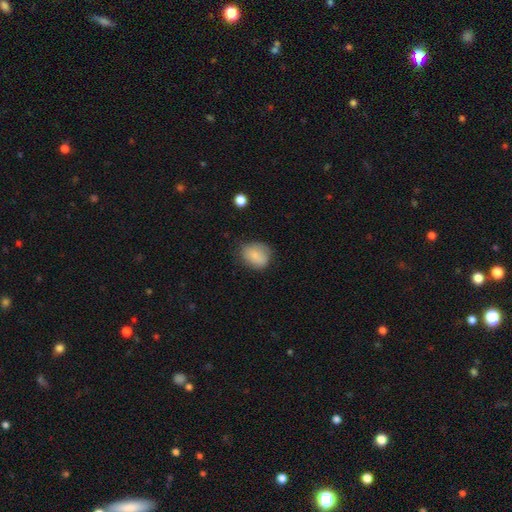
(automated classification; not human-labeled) Q: Smooth or featured?
A: smooth (81%); runner-up: featured or disk (10%)
Q: How rounded?
A: in between (50%); runner-up: round (49%)
Q: Merging?
A: none (63%); runner-up: minor disturbance (27%)